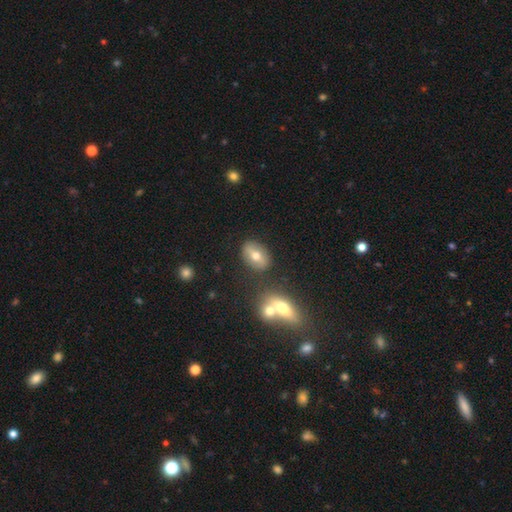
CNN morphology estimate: The model was most divided on "smooth or featured": smooth: 56%, featured or disk: 35%, star or artifact: 9%. More confident: merging — none (78%); how rounded — in between (77%).